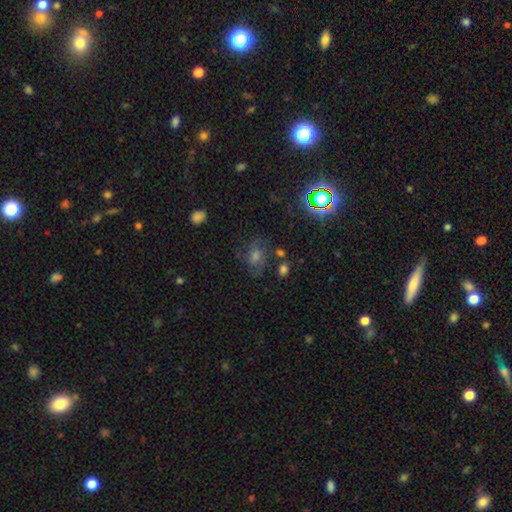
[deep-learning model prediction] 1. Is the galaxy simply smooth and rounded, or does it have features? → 39% star or artifact, 35% featured or disk, 26% smooth.